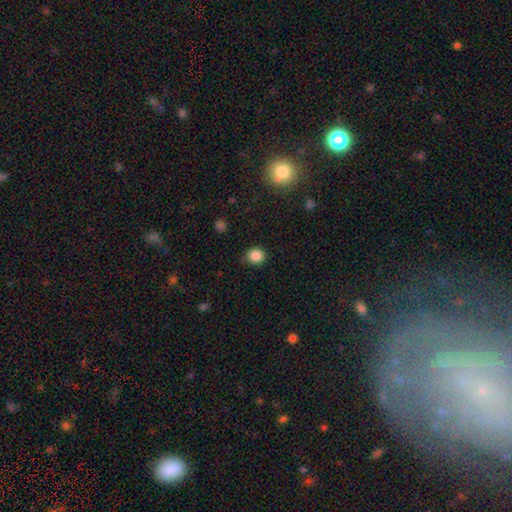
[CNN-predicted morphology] A smooth galaxy with no disk features (85%) that is round (85%).

Vote fractions:
- Smooth or featured? smooth: 85% / star or artifact: 11% / featured or disk: 4%
- How rounded? round: 85% / in between: 14% / cigar-shaped: 1%
- Merging? none: 81% / minor disturbance: 15% / major disturbance: 3% / merger: 1%